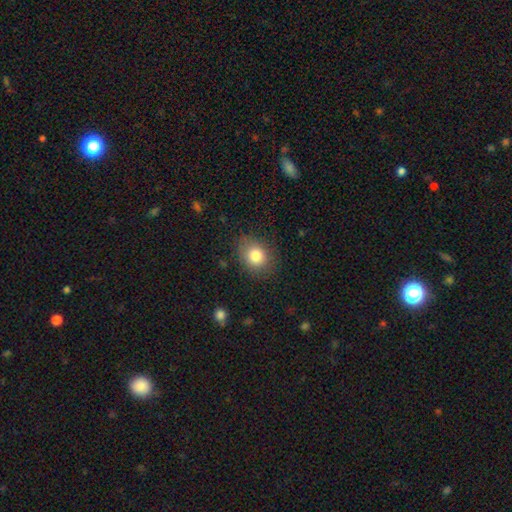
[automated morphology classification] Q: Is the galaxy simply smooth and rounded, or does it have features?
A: smooth — 82%.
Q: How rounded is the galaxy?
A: round — 58%.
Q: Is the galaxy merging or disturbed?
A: none — 80%.